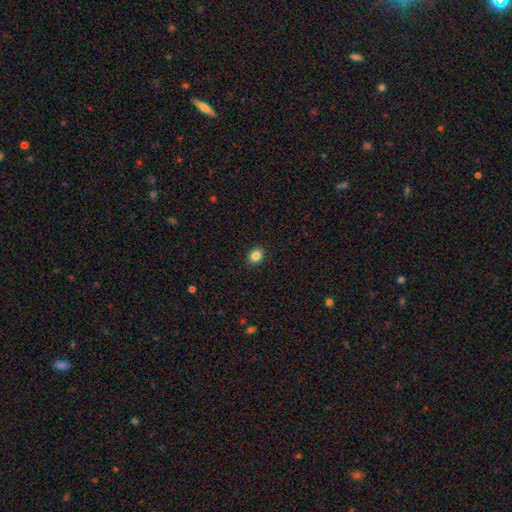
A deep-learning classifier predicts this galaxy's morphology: A smooth galaxy with no disk features (85%) that is round (56%). Merging: none (91%).